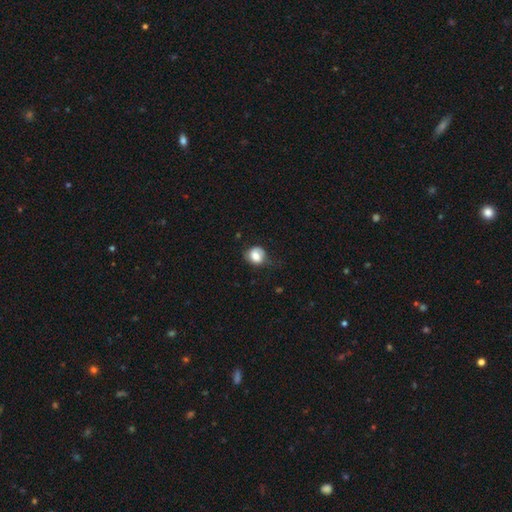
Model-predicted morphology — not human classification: smooth_or_featured: smooth (p=0.76) [alt: featured or disk p=0.15]
how_rounded: round (p=0.69) [alt: in between p=0.30]
merging: none (p=0.57) [alt: minor disturbance p=0.29]